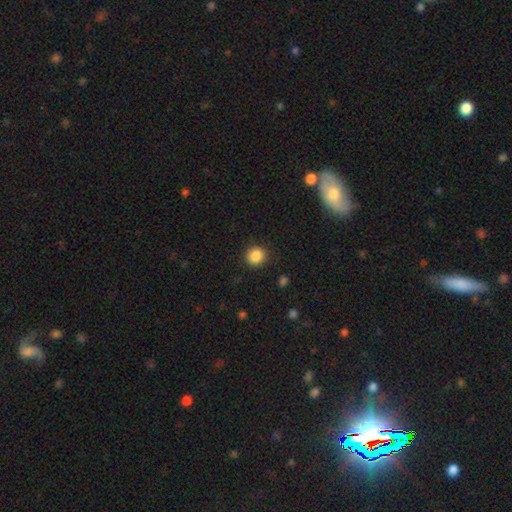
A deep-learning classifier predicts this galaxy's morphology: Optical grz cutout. It shows a smooth galaxy with no disk features (87%) that is round (88%). Merging: none (89%).